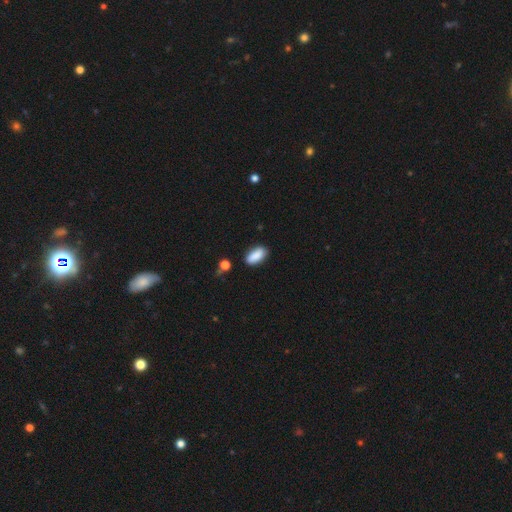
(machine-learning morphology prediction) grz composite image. It shows a smooth galaxy with no disk features (88%) that is in between round and cigar-shaped (87%). Merging: none (80%).